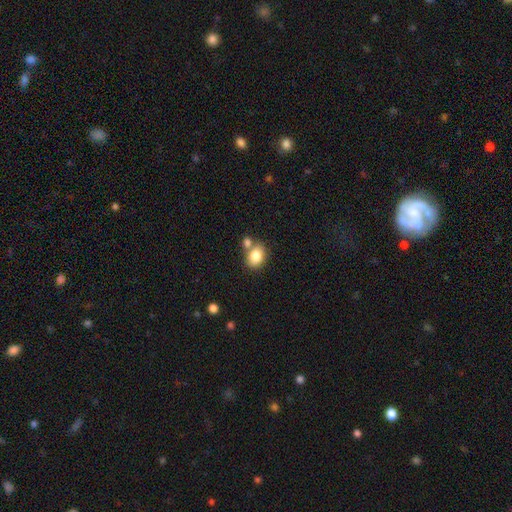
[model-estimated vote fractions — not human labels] smooth-or-featured: smooth: 82% | featured or disk: 9% | star or artifact: 9%
  how-rounded: in between: 62% | round: 37% | cigar-shaped: 1%
  merging: none: 54% | merger: 31% | minor disturbance: 12% | major disturbance: 3%